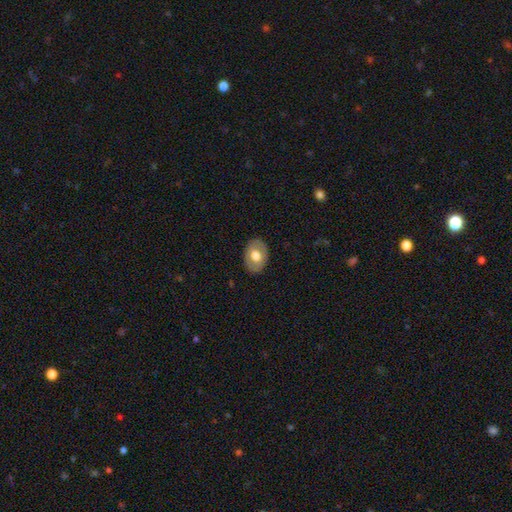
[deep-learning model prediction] Smooth or featured: smooth — 61% (featured or disk — 33%)
How rounded: in between — 78% (round — 21%)
Merging: none — 86% (minor disturbance — 11%)